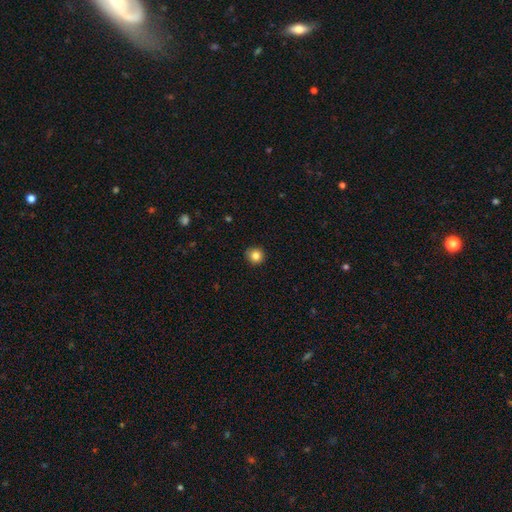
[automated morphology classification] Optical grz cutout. It shows a smooth galaxy with no disk features (83%) that is round (92%). Merging: none (90%).